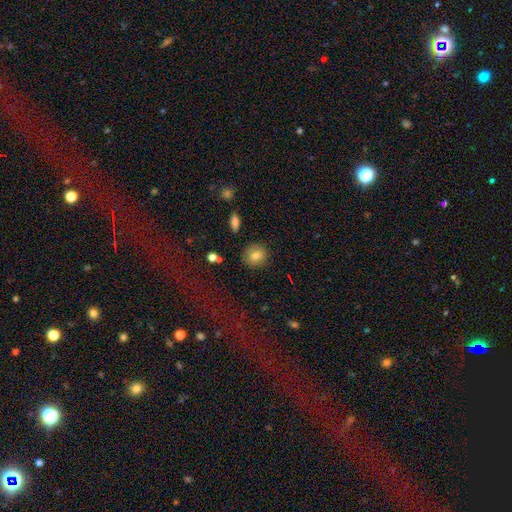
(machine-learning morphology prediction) Smooth or featured?
  - smooth: 78% *
  - star or artifact: 11%
  - featured or disk: 11%
How rounded?
  - round: 86% *
  - in between: 13%
  - cigar-shaped: 1%
Merging?
  - none: 86% *
  - minor disturbance: 10%
  - major disturbance: 3%
  - merger: 2%